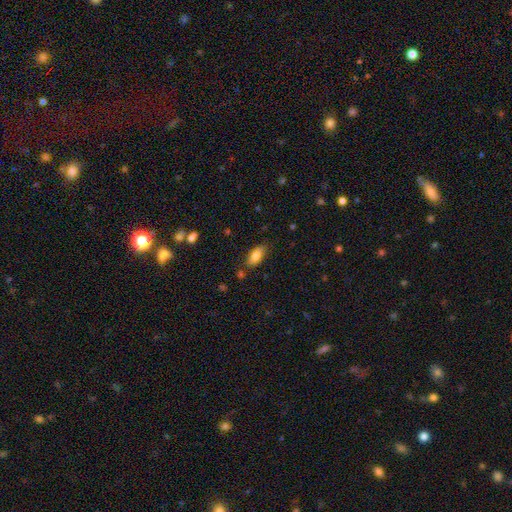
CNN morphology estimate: Smooth or featured: smooth — 82% (featured or disk — 11%)
How rounded: in between — 87% (cigar-shaped — 10%)
Merging: none — 76% (minor disturbance — 17%)